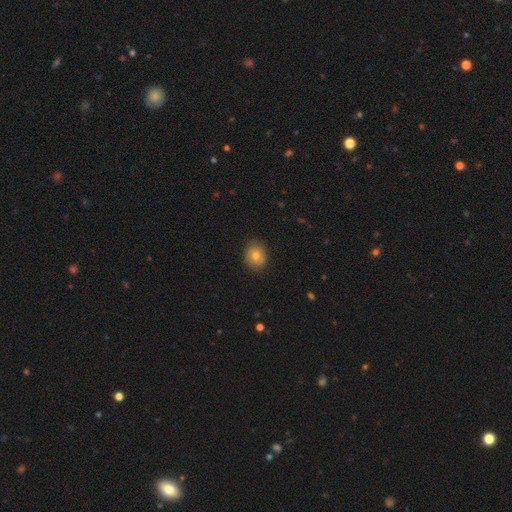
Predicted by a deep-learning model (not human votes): Smooth or featured? smooth (76%)
How rounded? round (67%)
Merging? none (87%)